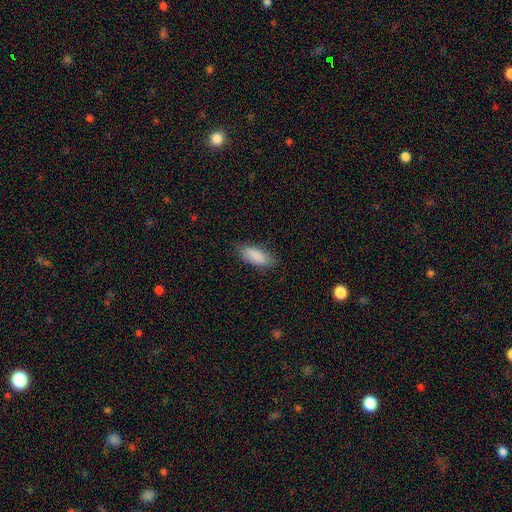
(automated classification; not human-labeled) Smooth or featured? smooth (88%)
How rounded? in between (82%)
Merging? none (79%)